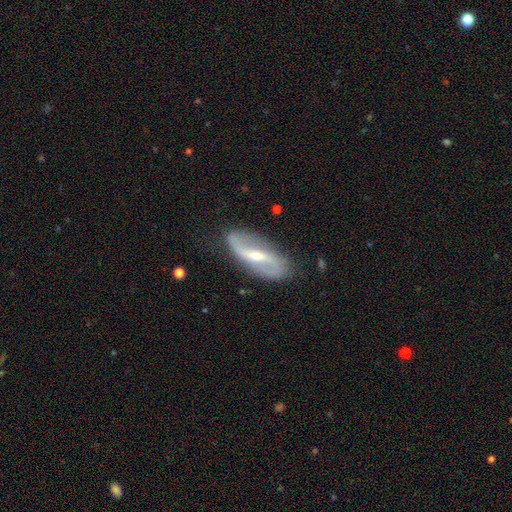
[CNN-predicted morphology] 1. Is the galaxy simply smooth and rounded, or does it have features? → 84% featured or disk, 11% smooth, 5% star or artifact.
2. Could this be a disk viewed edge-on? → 92% no, 8% yes.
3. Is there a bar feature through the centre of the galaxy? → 42% strong, 41% weak, 17% no.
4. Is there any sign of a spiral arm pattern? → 92% yes, 8% no.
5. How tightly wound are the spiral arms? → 69% loose, 23% medium, 8% tight.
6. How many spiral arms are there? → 91% 2, 4% can't tell, 3% 1, 1% 3, 1% 4, 1% more than 4.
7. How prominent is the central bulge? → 53% small, 41% moderate, 2% none, 2% large, 1% dominant.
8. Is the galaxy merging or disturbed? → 80% none, 14% minor disturbance, 4% major disturbance, 2% merger.